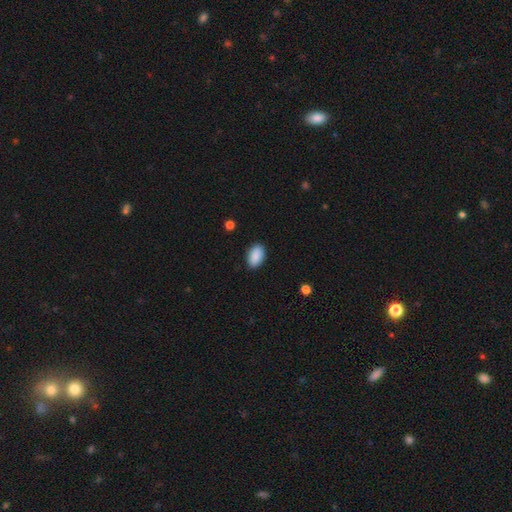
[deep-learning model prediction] The model was most divided on "merging": none: 88%, minor disturbance: 9%, major disturbance: 2%, merger: 1%. More confident: how rounded — in between (92%); smooth or featured — smooth (90%).